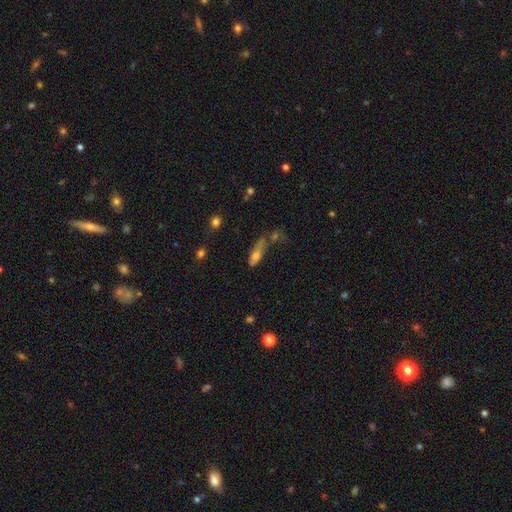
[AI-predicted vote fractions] Overall: smooth (62%; featured or disk 25%). How rounded: in between (56%; cigar-shaped 39%). Merging: merger (28%; none 27%).